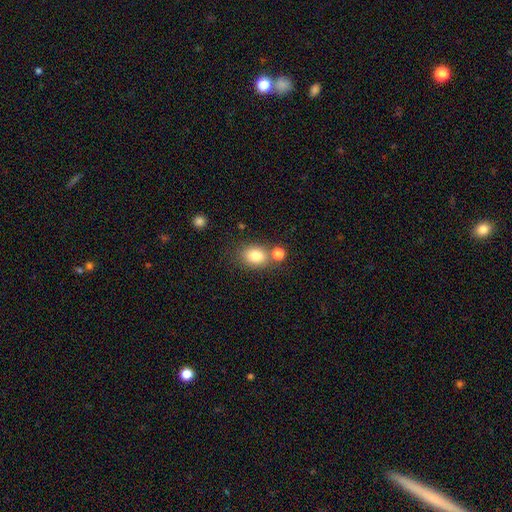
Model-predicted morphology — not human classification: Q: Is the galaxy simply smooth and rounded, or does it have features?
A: smooth — 81%.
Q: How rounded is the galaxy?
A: in between — 55%.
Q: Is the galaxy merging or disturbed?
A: none — 62%.